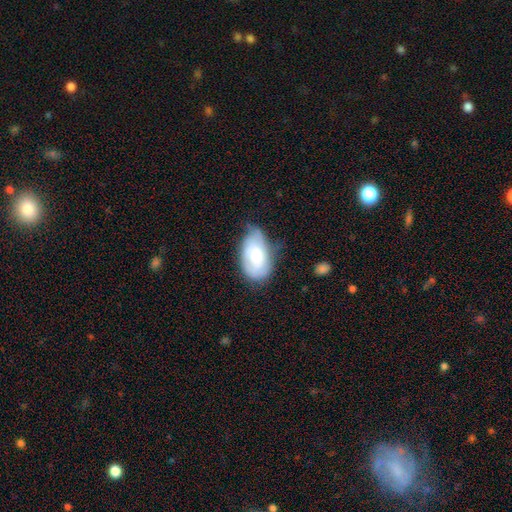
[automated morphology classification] A smooth galaxy with no disk features (52%) that is in between round and cigar-shaped (92%). Merging: none (43%).